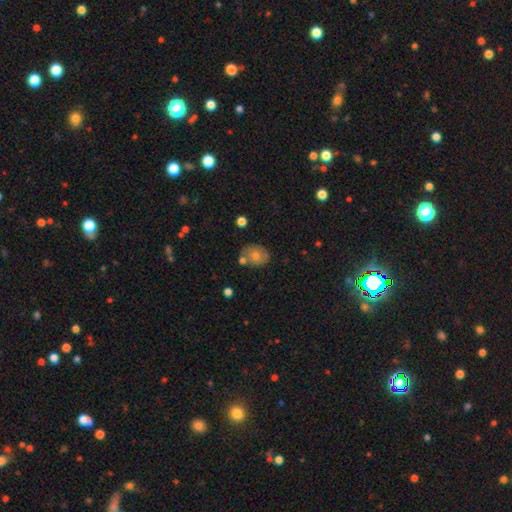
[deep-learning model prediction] The model was most divided on "how rounded": round: 54%, in between: 45%, cigar-shaped: 1%. More confident: merging — none (72%); smooth or featured — smooth (66%).